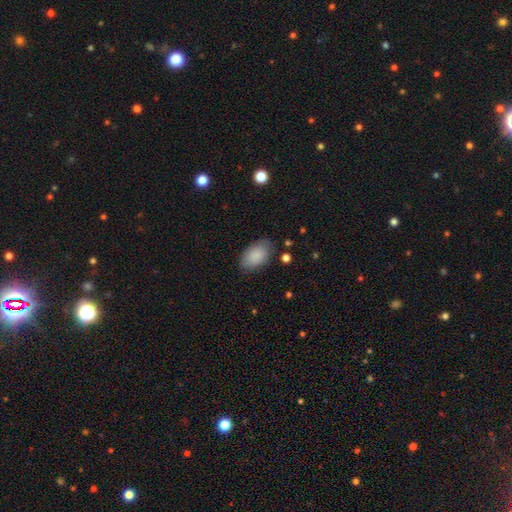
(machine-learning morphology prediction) This appears to be a smooth galaxy with no disk features (87%) that is in between round and cigar-shaped (92%). Merging: none (77%).